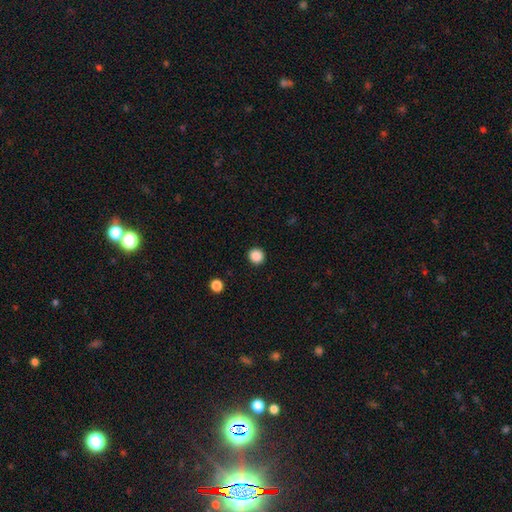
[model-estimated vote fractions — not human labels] Smooth or featured? smooth (87%)
How rounded? round (93%)
Merging? none (93%)